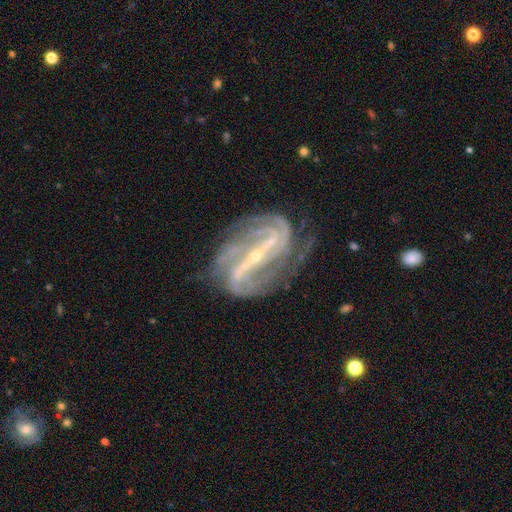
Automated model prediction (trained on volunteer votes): This appears to be a featured or disk galaxy (92%) with a strong bar (78%), 2 (38%) medium (44%) spiral arms (97%) and a small central bulge (81%). Merging: none (66%).